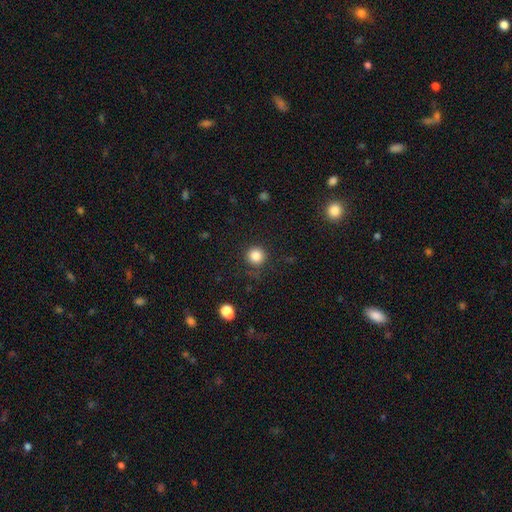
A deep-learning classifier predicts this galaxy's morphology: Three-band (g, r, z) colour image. It shows a smooth galaxy with no disk features (84%) that is round (94%). Merging: none (86%).